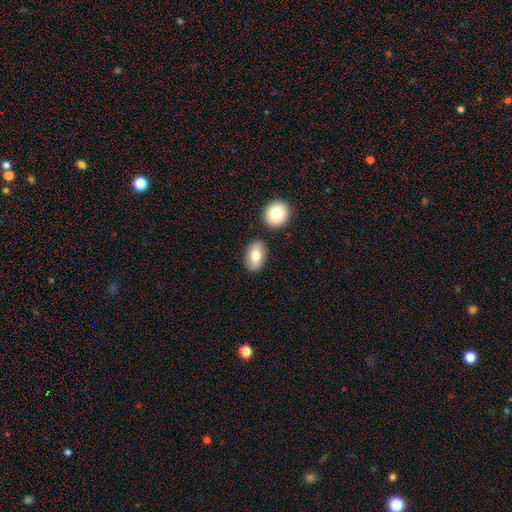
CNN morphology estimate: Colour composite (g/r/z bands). It shows a smooth galaxy with no disk features (79%) that is in between round and cigar-shaped (89%). Merging: none (80%).